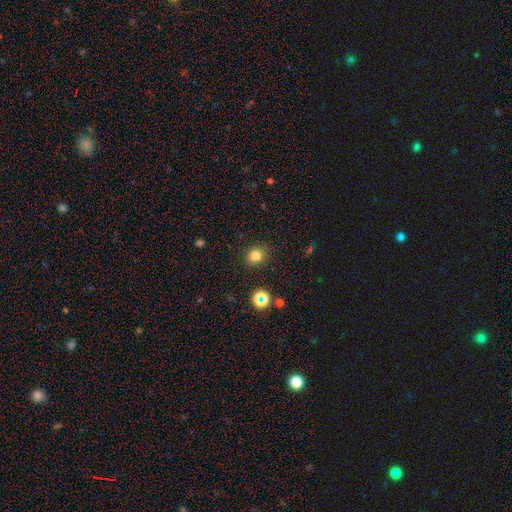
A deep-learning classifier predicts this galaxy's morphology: Smooth or featured? smooth (79%)
How rounded? round (72%)
Merging? none (86%)